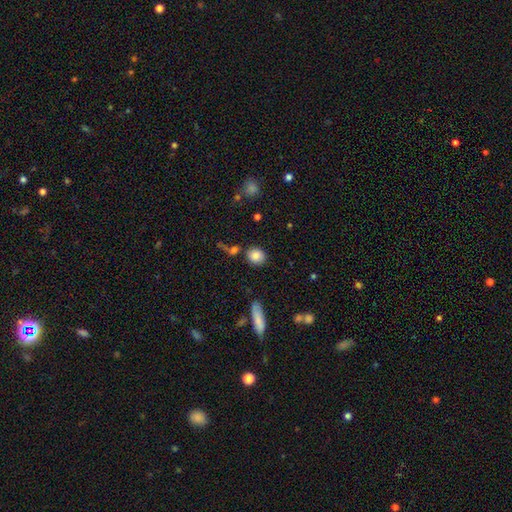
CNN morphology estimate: A smooth galaxy with no disk features (84%) that is round (67%).

Vote fractions:
- Smooth or featured? smooth: 84% / star or artifact: 9% / featured or disk: 7%
- How rounded? round: 67% / in between: 31% / cigar-shaped: 2%
- Merging? none: 81% / minor disturbance: 10% / merger: 6% / major disturbance: 3%